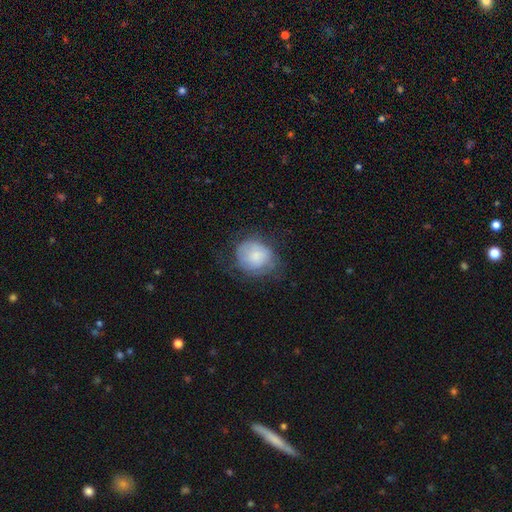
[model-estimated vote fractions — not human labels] This is likely a smooth galaxy (64%). How rounded: likely round (76%). Merging: possibly none (54%).